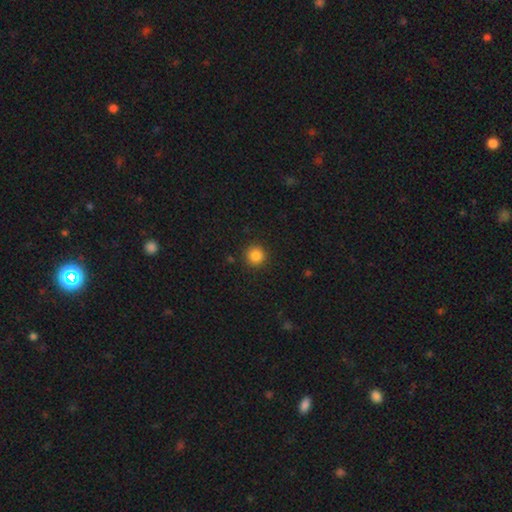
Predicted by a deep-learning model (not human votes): Smooth or featured? Predicted: smooth (p=0.84). How rounded? Predicted: round (p=0.95). Merging? Predicted: none (p=0.91).